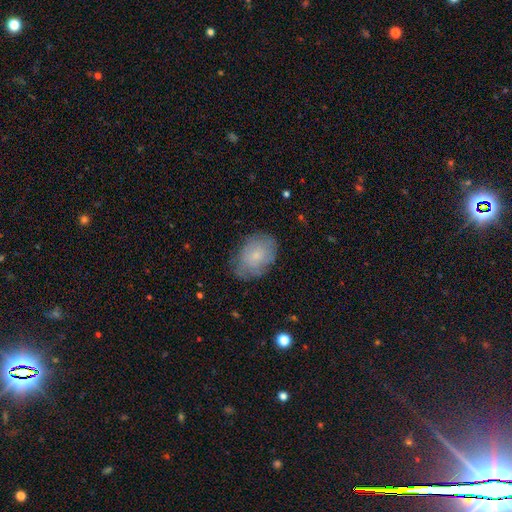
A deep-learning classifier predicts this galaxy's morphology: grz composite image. It shows a smooth galaxy with no disk features (64%) that is in between round and cigar-shaped (80%). Merging: none (70%).